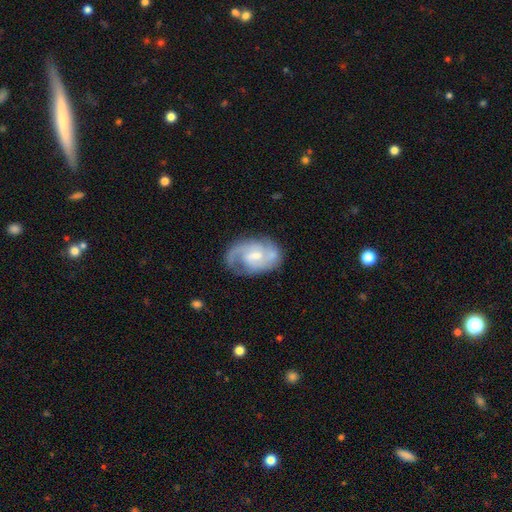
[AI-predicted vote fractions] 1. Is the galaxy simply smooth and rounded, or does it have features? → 81% featured or disk, 14% smooth, 5% star or artifact.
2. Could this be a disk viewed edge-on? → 97% no, 3% yes.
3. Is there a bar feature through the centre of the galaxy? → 55% weak, 34% no, 10% strong.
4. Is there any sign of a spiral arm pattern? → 93% yes, 7% no.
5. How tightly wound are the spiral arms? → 49% medium, 33% tight, 18% loose.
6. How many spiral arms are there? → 62% 2, 14% can't tell, 11% 1, 9% 3, 2% 4, 2% more than 4.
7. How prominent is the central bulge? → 47% moderate, 41% small, 6% none, 4% large, 1% dominant.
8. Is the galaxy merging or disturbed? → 65% none, 21% minor disturbance, 10% major disturbance, 3% merger.